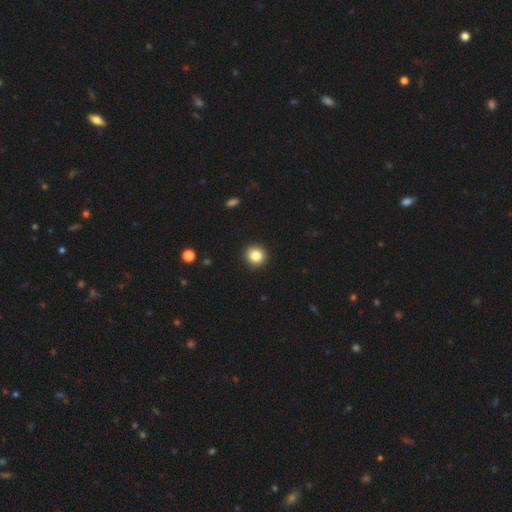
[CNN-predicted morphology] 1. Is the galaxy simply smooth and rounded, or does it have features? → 85% smooth, 10% star or artifact, 5% featured or disk.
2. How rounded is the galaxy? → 94% round, 5% in between, 1% cigar-shaped.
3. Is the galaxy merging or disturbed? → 93% none, 5% minor disturbance, 2% major disturbance, 1% merger.